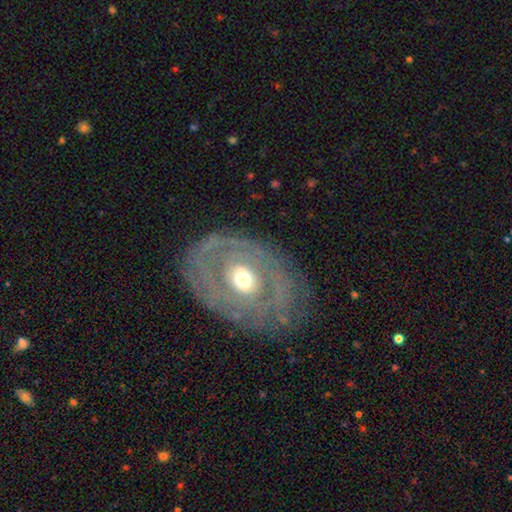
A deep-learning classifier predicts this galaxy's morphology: Overall: featured or disk (76%). Edge-on disk: no (94%). Bar: no (77%). Spiral arms: yes (52%; no 48%). Bulge size: moderate (72%). Merging: none (77%).